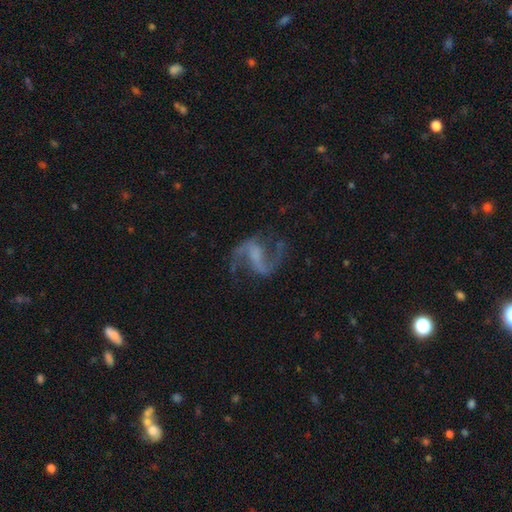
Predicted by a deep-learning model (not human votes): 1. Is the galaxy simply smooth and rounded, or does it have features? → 89% featured or disk, 6% star or artifact, 4% smooth.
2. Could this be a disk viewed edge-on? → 98% no, 2% yes.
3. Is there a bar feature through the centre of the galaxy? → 44% weak, 30% strong, 25% no.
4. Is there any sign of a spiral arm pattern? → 97% yes, 3% no.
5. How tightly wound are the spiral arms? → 53% loose, 41% medium, 6% tight.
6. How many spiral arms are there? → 93% 2, 2% can't tell, 2% 1, 2% 3, 1% 4, 1% more than 4.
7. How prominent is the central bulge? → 52% none, 25% small, 16% moderate, 5% large, 1% dominant.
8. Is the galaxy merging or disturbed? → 73% none, 14% minor disturbance, 11% major disturbance, 2% merger.